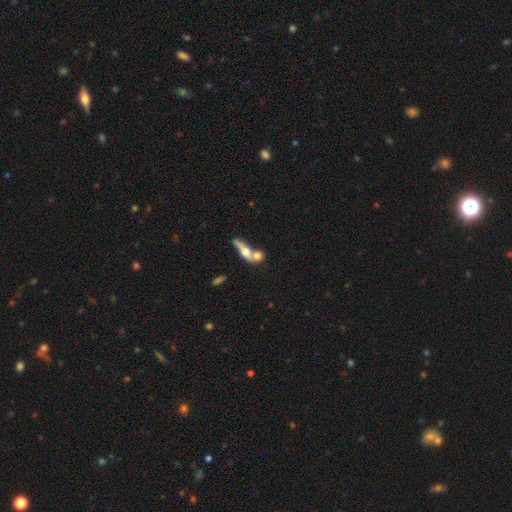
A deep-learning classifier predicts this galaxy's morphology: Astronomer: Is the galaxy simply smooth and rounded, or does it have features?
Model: smooth — 49% (runner-up: featured or disk, 42%).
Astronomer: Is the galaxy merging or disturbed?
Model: merger — 58%.